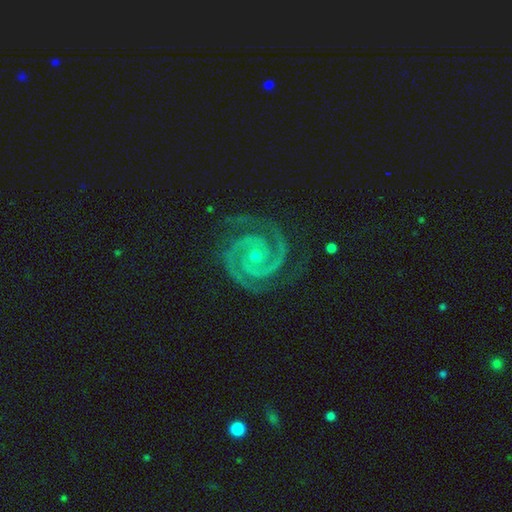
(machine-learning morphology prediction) smooth_or_featured: featured or disk (p=0.94) [alt: star or artifact p=0.04]
disk_edge_on: no (p=0.98) [alt: yes p=0.02]
bar: no (p=0.71) [alt: weak p=0.19]
has_spiral_arms: yes (p=0.99) [alt: no p=0.01]
spiral_winding: tight (p=0.78) [alt: medium p=0.20]
spiral_arm_count: 2 (p=0.86) [alt: 3 p=0.08]
bulge_size: small (p=0.71) [alt: moderate p=0.26]
merging: none (p=0.80) [alt: minor disturbance p=0.14]